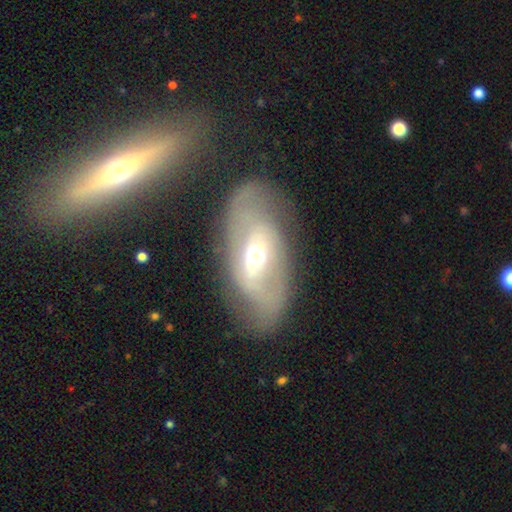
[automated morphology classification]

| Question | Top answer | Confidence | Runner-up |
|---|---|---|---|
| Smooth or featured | featured or disk | 72% | smooth (21%) |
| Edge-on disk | no | 89% | yes (11%) |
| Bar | weak | 42% | strong (31%) |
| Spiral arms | yes | 69% | no (31%) |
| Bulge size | moderate | 61% | small (33%) |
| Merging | none | 67% | minor disturbance (19%) |